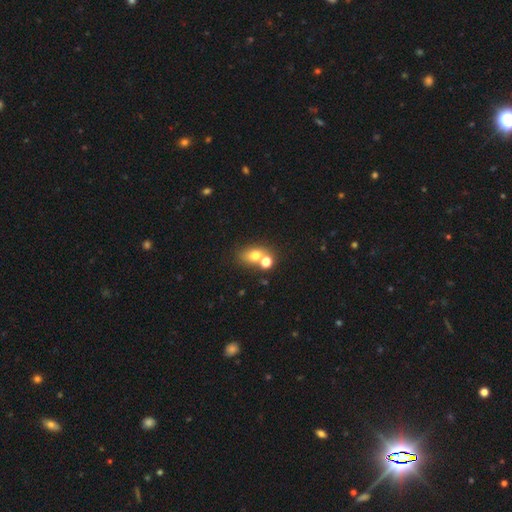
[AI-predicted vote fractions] This appears to be a smooth galaxy with no disk features (70%) that is in between round and cigar-shaped (56%). Merging: none (47%).